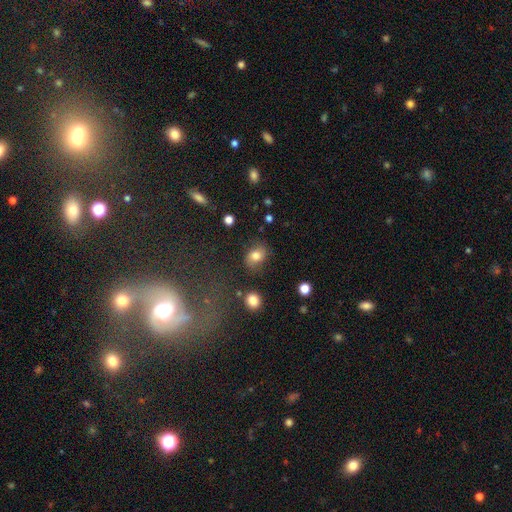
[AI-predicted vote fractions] smooth-or-featured: smooth: 76% | featured or disk: 13% | star or artifact: 11%
  how-rounded: in between: 57% | round: 42% | cigar-shaped: 1%
  merging: none: 74% | minor disturbance: 18% | major disturbance: 6% | merger: 3%